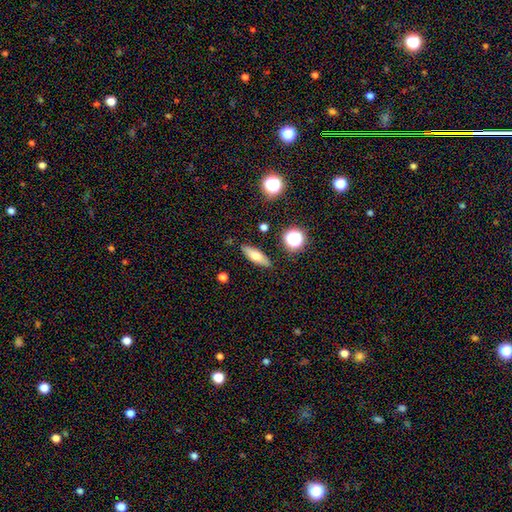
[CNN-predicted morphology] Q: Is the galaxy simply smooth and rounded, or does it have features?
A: smooth — 63%.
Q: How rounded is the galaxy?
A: in between — 54%.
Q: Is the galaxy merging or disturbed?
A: none — 85%.